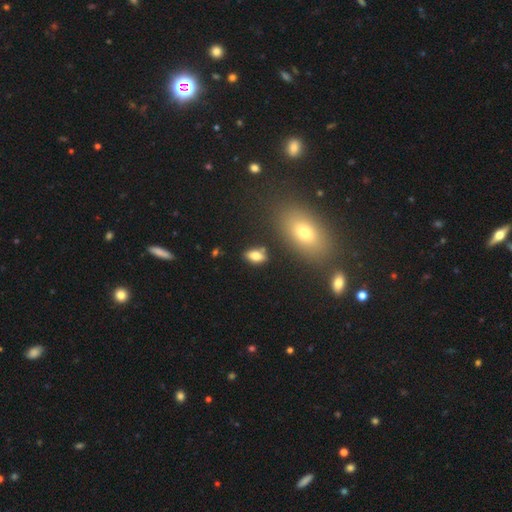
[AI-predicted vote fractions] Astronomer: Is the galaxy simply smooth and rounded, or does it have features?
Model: smooth — 75%.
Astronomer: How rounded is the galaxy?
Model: in between — 87%.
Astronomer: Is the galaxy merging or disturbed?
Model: none — 77%.